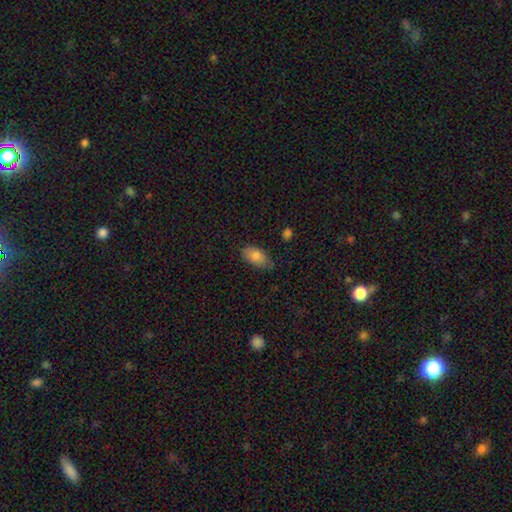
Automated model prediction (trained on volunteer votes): Q: Smooth or featured?
A: smooth (81%); runner-up: featured or disk (11%)
Q: How rounded?
A: in between (92%); runner-up: round (5%)
Q: Merging?
A: none (72%); runner-up: minor disturbance (23%)